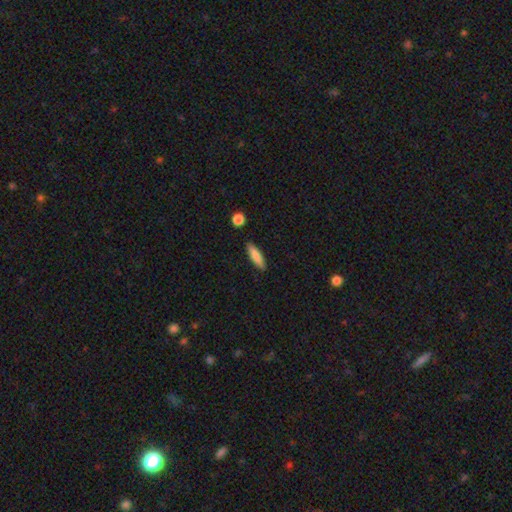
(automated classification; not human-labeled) Smooth or featured: smooth — 82% (featured or disk — 12%)
How rounded: cigar-shaped — 70% (in between — 28%)
Merging: none — 87% (minor disturbance — 9%)